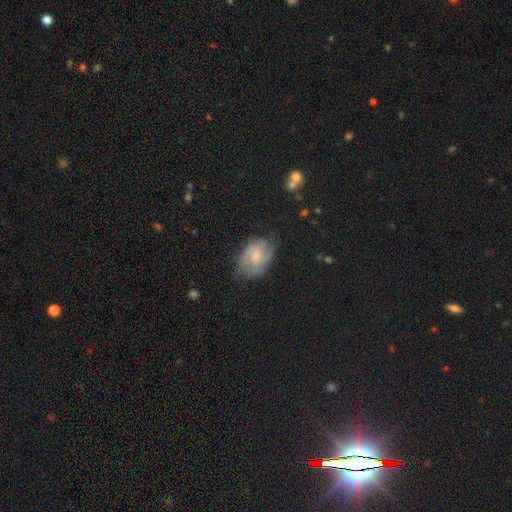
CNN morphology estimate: Smooth or featured: featured or disk — 68% (smooth — 24%)
Edge-on disk: no — 97% (yes — 3%)
Bar: no — 50% (weak — 43%)
Spiral arms: yes — 91% (no — 9%)
Spiral winding: medium — 45% (tight — 41%)
Spiral arm count: 2 — 51% (can't tell — 24%)
Bulge size: small — 53% (moderate — 27%)
Merging: none — 63% (minor disturbance — 24%)